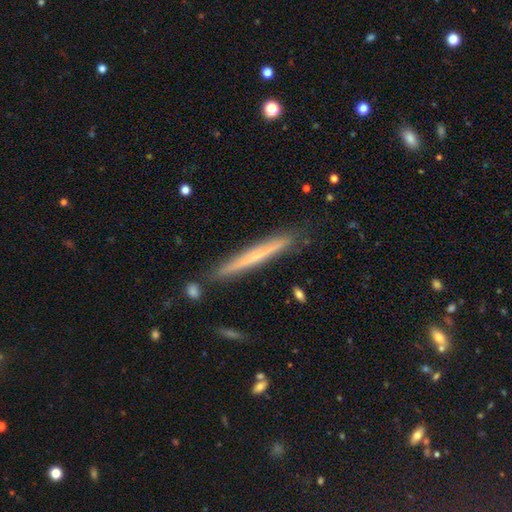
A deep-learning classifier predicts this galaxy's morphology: Smooth or featured? Predicted: featured or disk (p=0.51). Edge-on disk? Predicted: yes (p=0.95). Merging? Predicted: none (p=0.84).